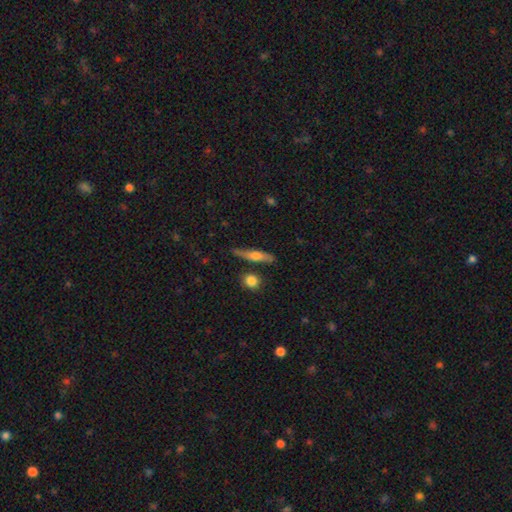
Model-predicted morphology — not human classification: Smooth or featured: smooth — 53% (featured or disk — 41%)
How rounded: cigar-shaped — 79% (in between — 17%)
Merging: none — 75% (minor disturbance — 16%)